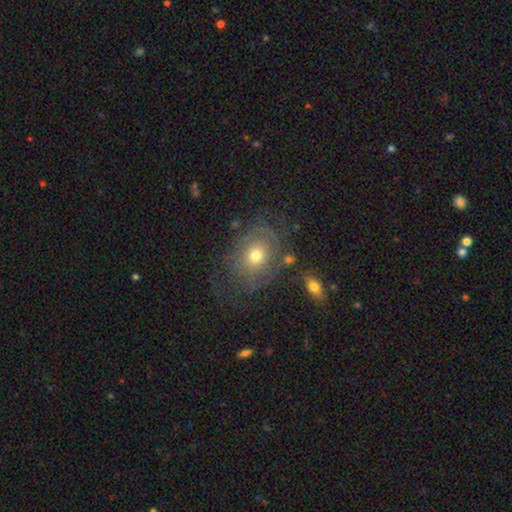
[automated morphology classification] Q: Smooth or featured?
A: featured or disk (56%); runner-up: smooth (34%)
Q: Edge-on disk?
A: no (95%); runner-up: yes (5%)
Q: Bar?
A: no (86%); runner-up: weak (12%)
Q: Spiral arms?
A: yes (67%); runner-up: no (33%)
Q: Bulge size?
A: moderate (63%); runner-up: small (27%)
Q: Merging?
A: none (62%); runner-up: minor disturbance (19%)